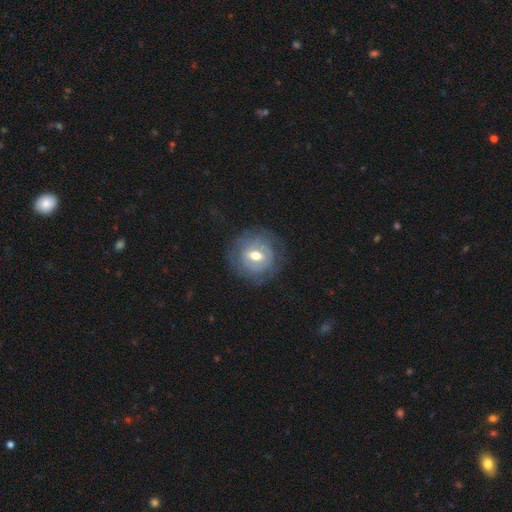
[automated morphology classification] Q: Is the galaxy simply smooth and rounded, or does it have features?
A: featured or disk — 64%.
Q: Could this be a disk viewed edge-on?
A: no — 95%.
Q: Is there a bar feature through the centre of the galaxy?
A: weak — 48%.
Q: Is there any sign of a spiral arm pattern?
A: yes — 56%.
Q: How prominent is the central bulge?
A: moderate — 75%.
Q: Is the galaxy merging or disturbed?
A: none — 73%.